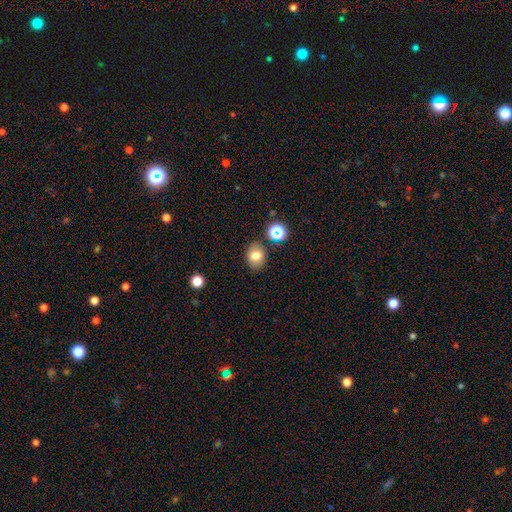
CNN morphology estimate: Smooth or featured? Predicted: smooth (p=0.78). How rounded? Predicted: in between (p=0.55). Merging? Predicted: none (p=0.82).